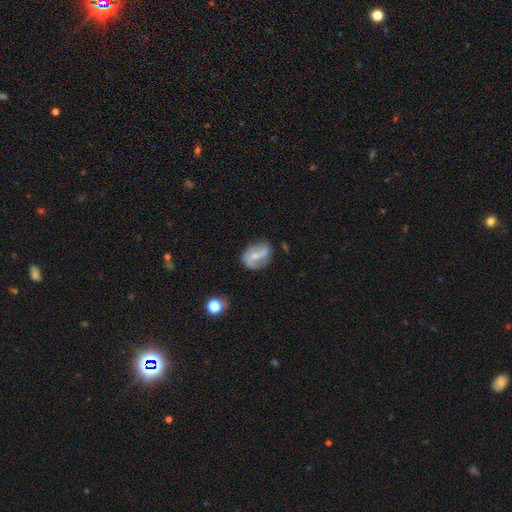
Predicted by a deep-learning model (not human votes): A featured or disk galaxy (60%) with a weak bar (41%), spiral arms (75%) and a small central bulge (53%).

Vote fractions:
- Smooth or featured? featured or disk: 60% / smooth: 33% / star or artifact: 7%
- Edge-on disk? no: 96% / yes: 4%
- Bar? weak: 41% / no: 34% / strong: 25%
- Spiral arms? yes: 75% / no: 25%
- Bulge size? small: 53% / moderate: 37% / none: 7% / large: 2% / dominant: 1%
- Merging? none: 59% / minor disturbance: 26% / major disturbance: 11% / merger: 4%